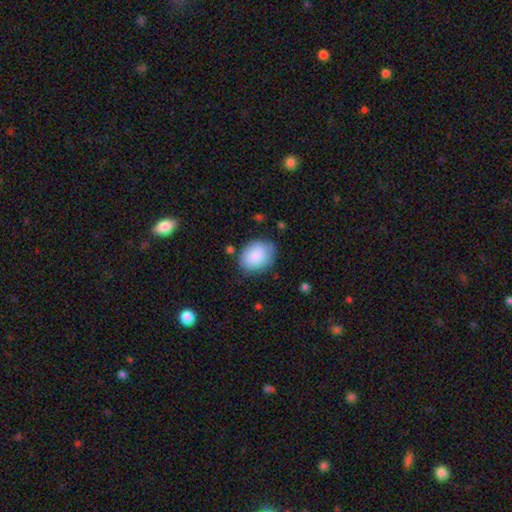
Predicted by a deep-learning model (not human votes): smooth 87%, featured or disk 7%, star or artifact 6%. Down the decision tree: how rounded — in between (67%); merging — none (72%).